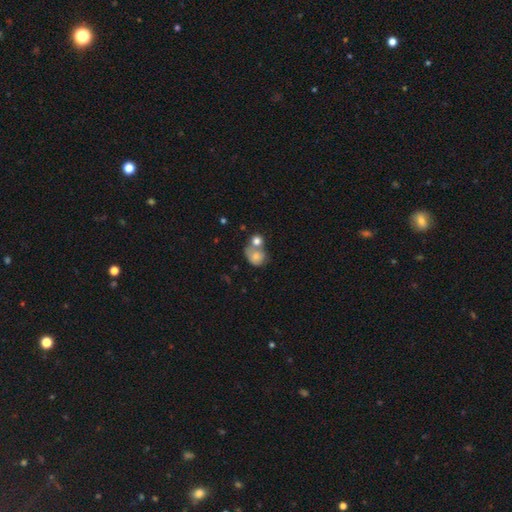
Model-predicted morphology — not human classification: This is likely a smooth galaxy (75%). How rounded: likely round (64%). Merging: possibly merger (50%).